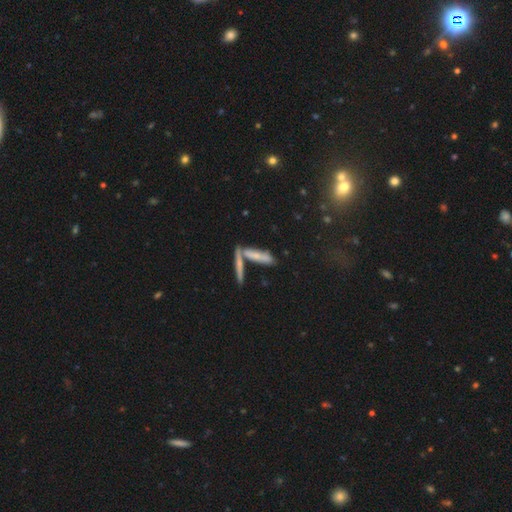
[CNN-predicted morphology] Smooth or featured? Predicted: smooth (p=0.55). How rounded? Predicted: cigar-shaped (p=0.80). Merging? Predicted: none (p=0.52).